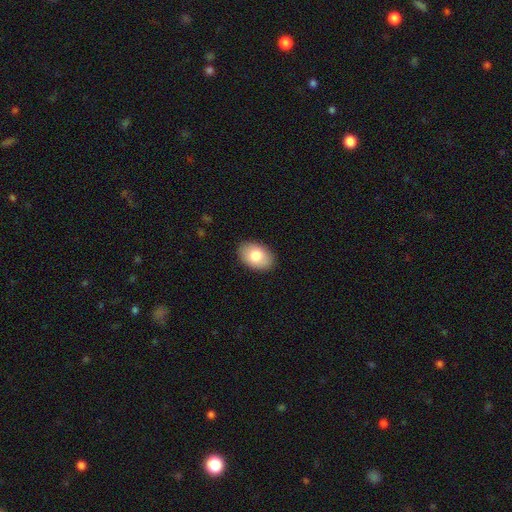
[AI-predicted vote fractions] Morphology: type=smooth (82%); roundness=in between (87%); merging=none (89%).